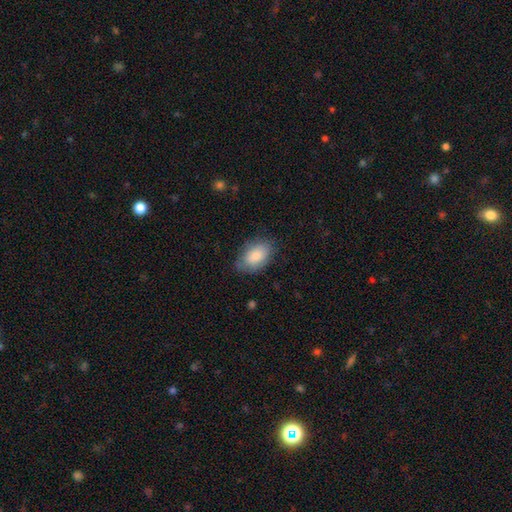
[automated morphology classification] smooth-or-featured: smooth: 84% | featured or disk: 9% | star or artifact: 6%
  how-rounded: in between: 92% | round: 6% | cigar-shaped: 2%
  merging: none: 75% | minor disturbance: 19% | major disturbance: 5% | merger: 1%